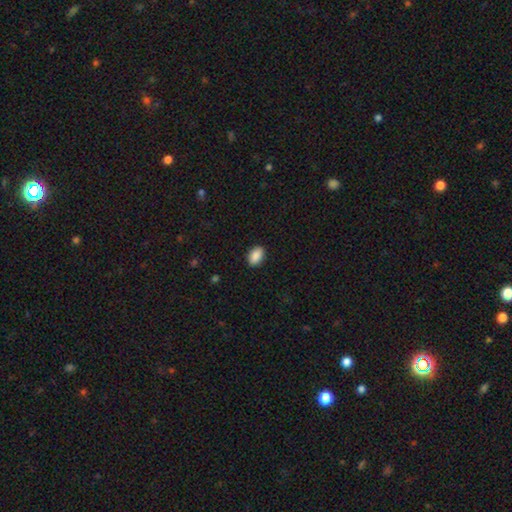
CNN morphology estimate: This appears to be a smooth galaxy with no disk features (89%) that is in between round and cigar-shaped (89%). Merging: none (90%).